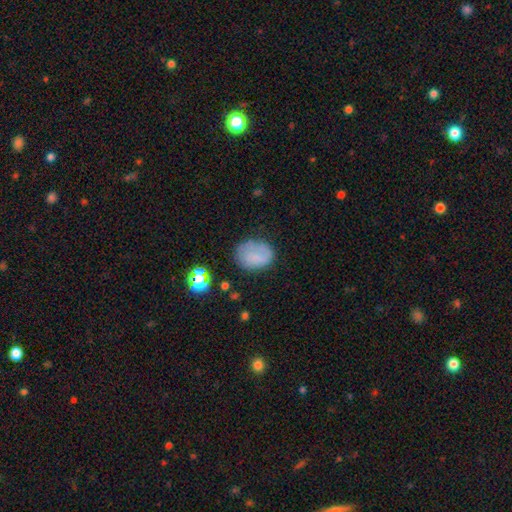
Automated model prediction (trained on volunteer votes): This appears to be a smooth galaxy with no disk features (72%) that is in between round and cigar-shaped (62%). Merging: none (61%).